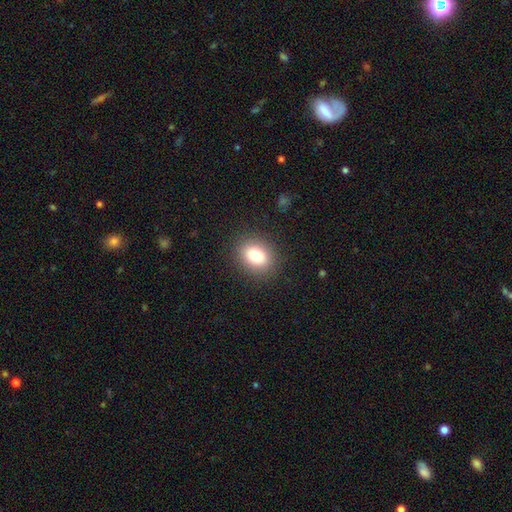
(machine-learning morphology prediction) A smooth galaxy with no disk features (81%) that is in between round and cigar-shaped (52%). Merging: none (88%).